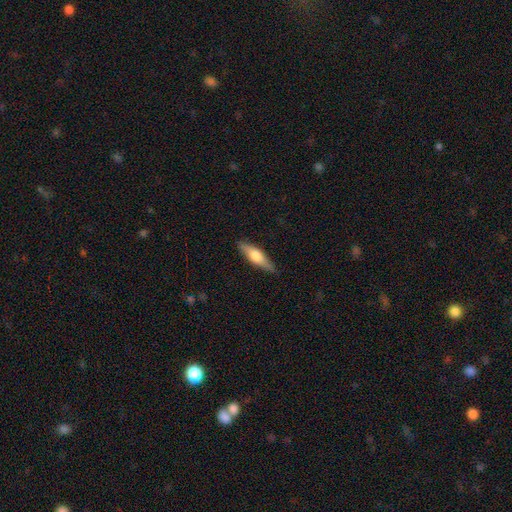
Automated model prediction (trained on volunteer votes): Smooth or featured? smooth (52%)
How rounded? cigar-shaped (66%)
Merging? none (87%)